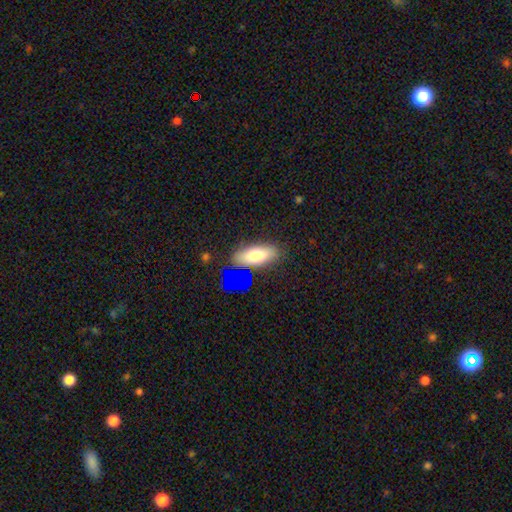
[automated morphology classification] Overall: smooth (70%). How rounded: in between (73%). Merging: none (76%).